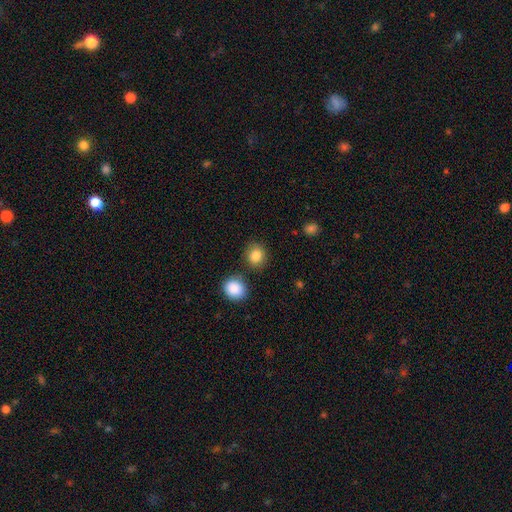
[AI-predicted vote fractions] A smooth galaxy with no disk features (86%) that is round (78%).

Vote fractions:
- Smooth or featured? smooth: 86% / star or artifact: 9% / featured or disk: 5%
- How rounded? round: 78% / in between: 21% / cigar-shaped: 1%
- Merging? none: 79% / minor disturbance: 10% / merger: 8% / major disturbance: 3%